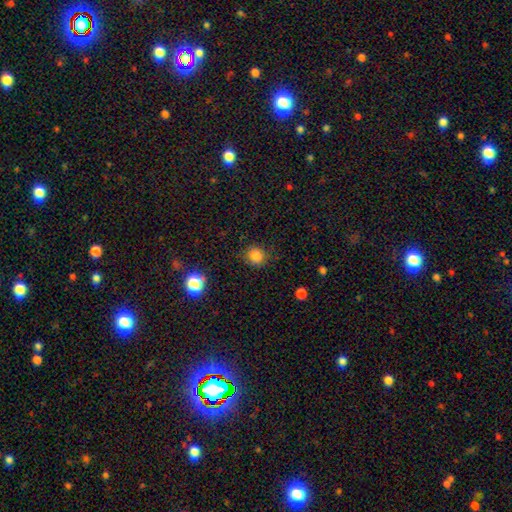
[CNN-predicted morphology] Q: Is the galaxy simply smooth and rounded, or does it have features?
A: smooth — 83%.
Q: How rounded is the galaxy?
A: round — 85%.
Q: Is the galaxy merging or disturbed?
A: none — 84%.